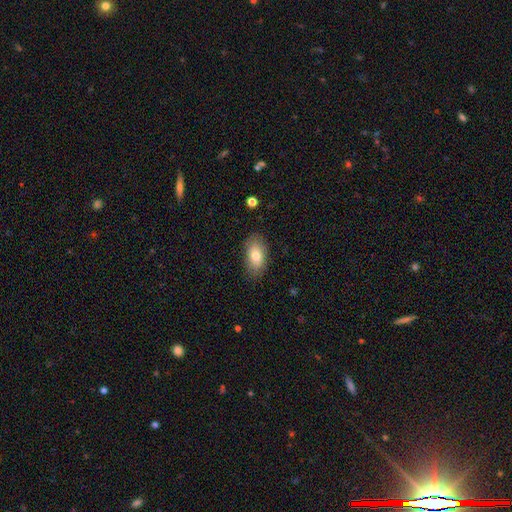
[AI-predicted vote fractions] smooth_or_featured: smooth (p=0.78) [alt: featured or disk p=0.15]
how_rounded: in between (p=0.92) [alt: round p=0.05]
merging: none (p=0.82) [alt: minor disturbance p=0.13]